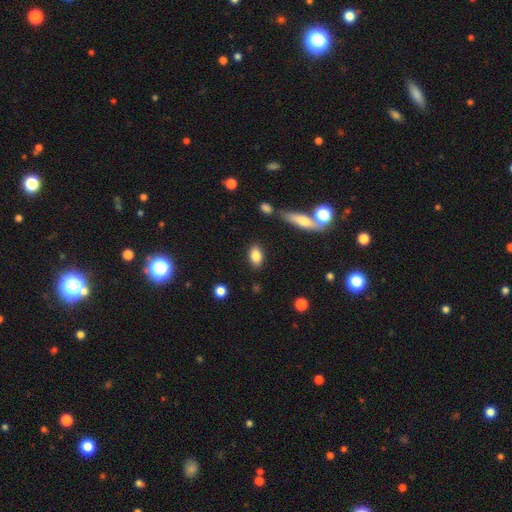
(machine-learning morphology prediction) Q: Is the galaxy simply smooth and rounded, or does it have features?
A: smooth — 84%.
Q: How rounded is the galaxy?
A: in between — 87%.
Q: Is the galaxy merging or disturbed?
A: none — 85%.